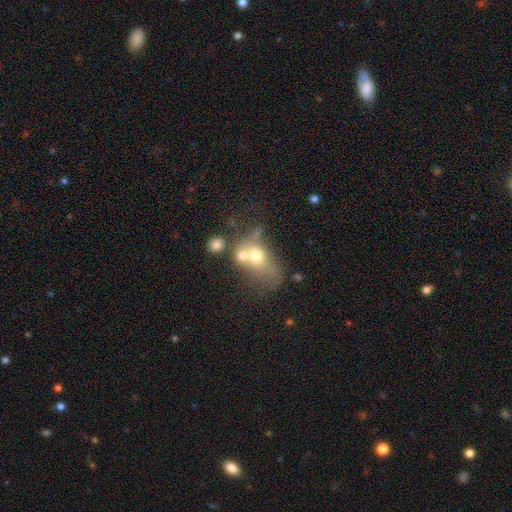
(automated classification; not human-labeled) A smooth galaxy with no disk features (57%) that is in between round and cigar-shaped (55%). Merging: merger (59%).